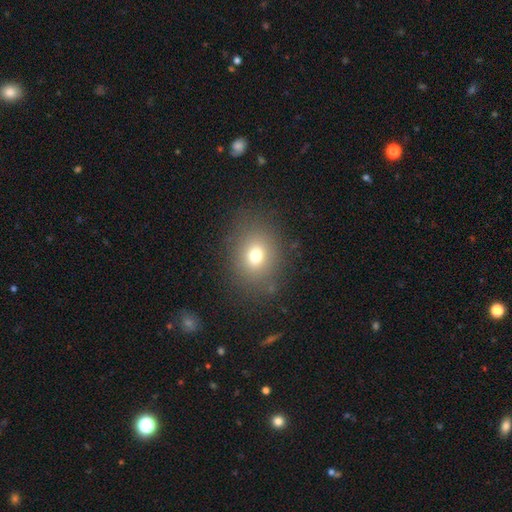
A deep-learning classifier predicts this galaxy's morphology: Smooth or featured? Predicted: smooth (p=0.72). How rounded? Predicted: round (p=0.58). Merging? Predicted: none (p=0.82).